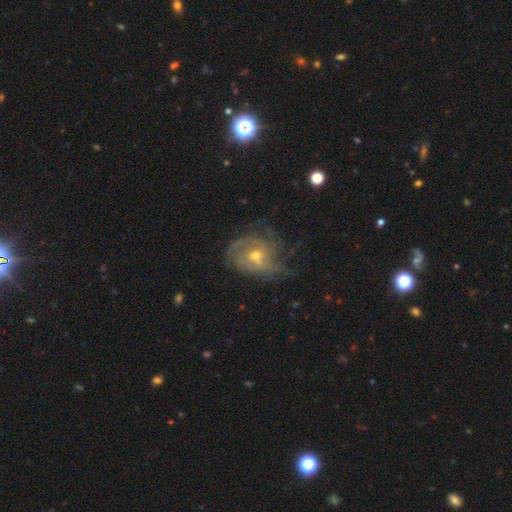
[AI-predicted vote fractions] Q: Smooth or featured?
A: featured or disk (80%); runner-up: smooth (12%)
Q: Edge-on disk?
A: no (97%); runner-up: yes (3%)
Q: Bar?
A: no (61%); runner-up: weak (32%)
Q: Spiral arms?
A: yes (91%); runner-up: no (9%)
Q: Spiral winding?
A: tight (50%); runner-up: medium (36%)
Q: Spiral arm count?
A: can't tell (37%); runner-up: 3 (23%)
Q: Bulge size?
A: small (49%); runner-up: moderate (48%)
Q: Merging?
A: none (56%); runner-up: minor disturbance (25%)